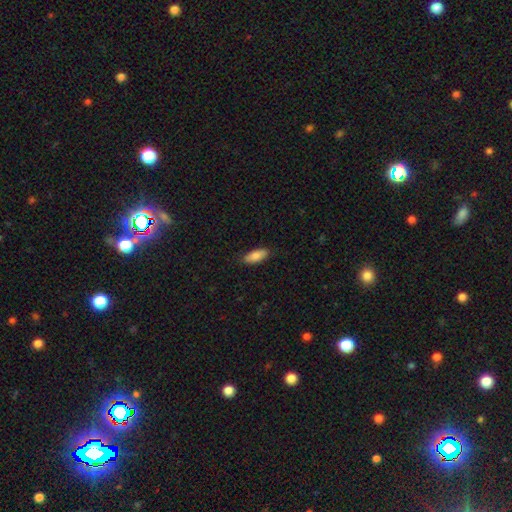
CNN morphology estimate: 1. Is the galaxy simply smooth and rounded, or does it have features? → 81% smooth, 13% featured or disk, 6% star or artifact.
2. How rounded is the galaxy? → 78% in between, 21% cigar-shaped, 2% round.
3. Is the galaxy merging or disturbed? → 85% none, 12% minor disturbance, 2% major disturbance, 1% merger.